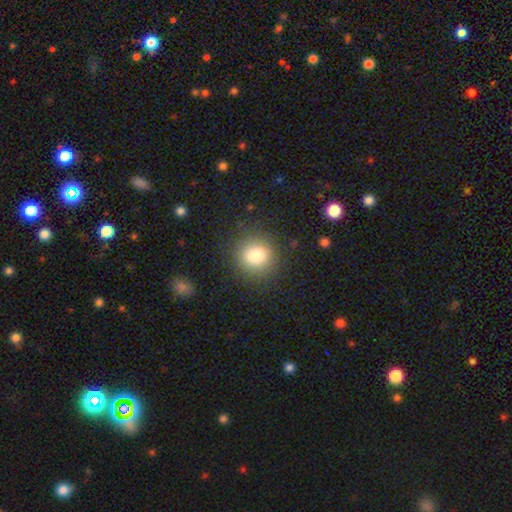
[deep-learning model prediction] smooth 81%, star or artifact 12%, featured or disk 8%. Down the decision tree: how rounded — round (88%); merging — none (88%).